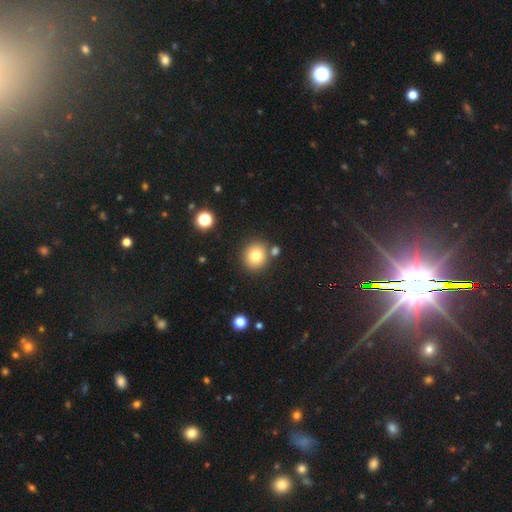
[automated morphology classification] This appears to be a smooth galaxy with no disk features (78%) that is round (86%). Merging: none (81%).